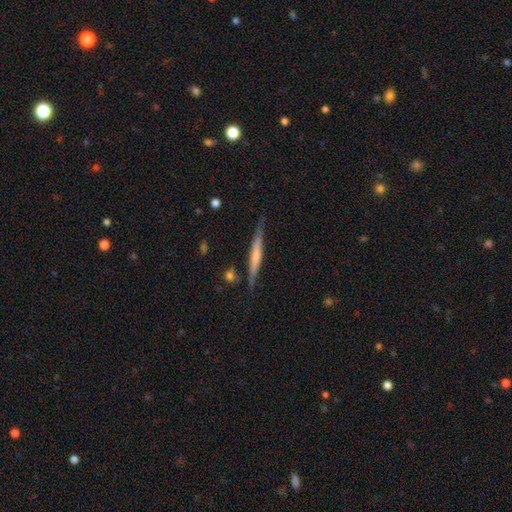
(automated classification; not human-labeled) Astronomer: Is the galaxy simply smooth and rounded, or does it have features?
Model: featured or disk — 54% (runner-up: smooth, 41%).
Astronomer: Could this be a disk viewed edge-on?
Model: yes — 96%.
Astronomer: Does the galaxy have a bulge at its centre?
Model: none — 48% (runner-up: rounded, 33%).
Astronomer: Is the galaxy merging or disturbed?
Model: none — 81%.